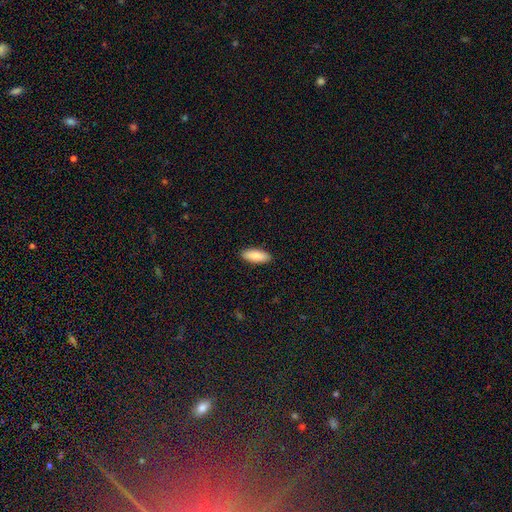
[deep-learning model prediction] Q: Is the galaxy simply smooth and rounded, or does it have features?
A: smooth — 88%.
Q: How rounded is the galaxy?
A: in between — 72%.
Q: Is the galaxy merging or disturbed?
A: none — 91%.